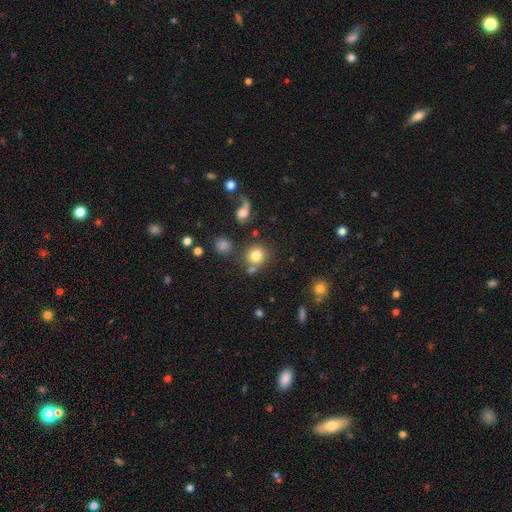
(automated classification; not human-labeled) This appears to be a smooth galaxy with no disk features (79%) that is round (89%). Merging: none (66%).